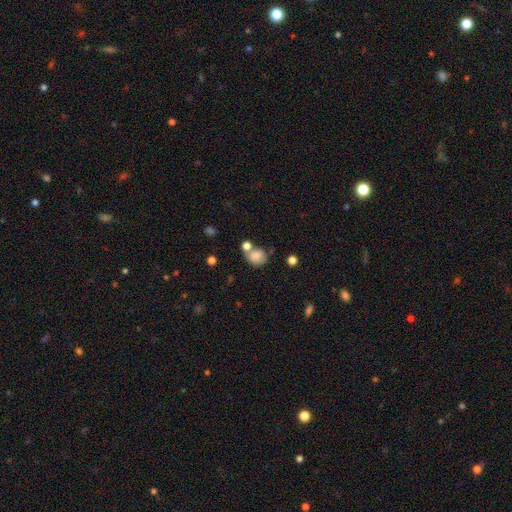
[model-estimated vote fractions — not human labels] Smooth or featured?
  - smooth: 78% *
  - featured or disk: 12%
  - star or artifact: 10%
How rounded?
  - round: 59% *
  - in between: 40%
  - cigar-shaped: 1%
Merging?
  - none: 44% *
  - merger: 30%
  - minor disturbance: 18%
  - major disturbance: 8%